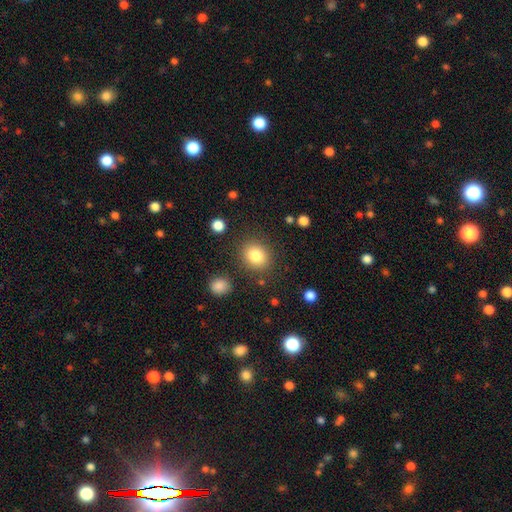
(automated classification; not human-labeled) A smooth galaxy with no disk features (83%) that is round (71%). Merging: none (84%).